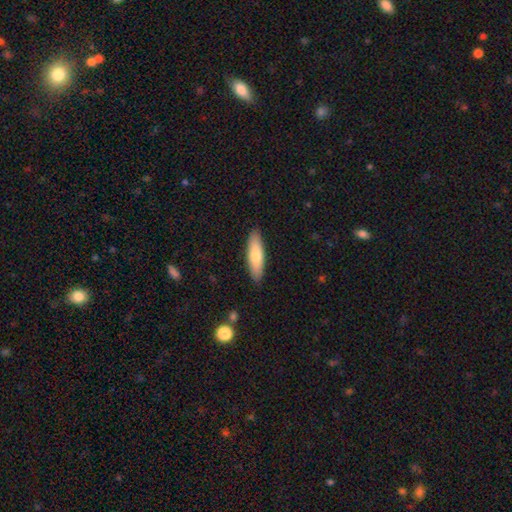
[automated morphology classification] smooth 72%, featured or disk 22%, star or artifact 5%. Down the decision tree: how rounded — cigar-shaped (61%); merging — none (89%).